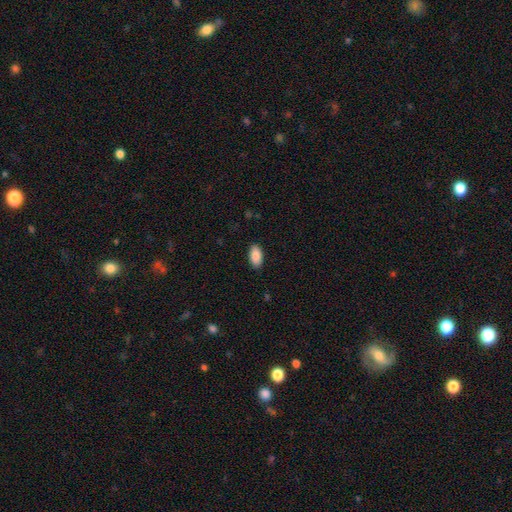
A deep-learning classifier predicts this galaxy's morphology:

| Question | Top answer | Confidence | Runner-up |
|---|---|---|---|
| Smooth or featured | smooth | 89% | star or artifact (6%) |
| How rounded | in between | 94% | cigar-shaped (3%) |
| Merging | none | 89% | minor disturbance (8%) |